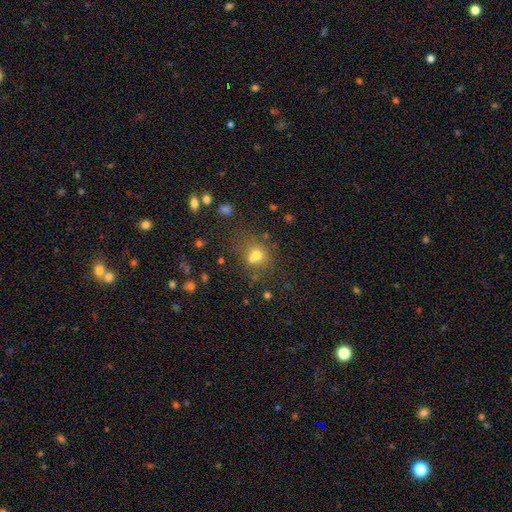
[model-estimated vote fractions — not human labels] The model was most divided on "merging": none: 46%, merger: 35%, minor disturbance: 12%, major disturbance: 6%. More confident: how rounded — round (70%); smooth or featured — smooth (65%).